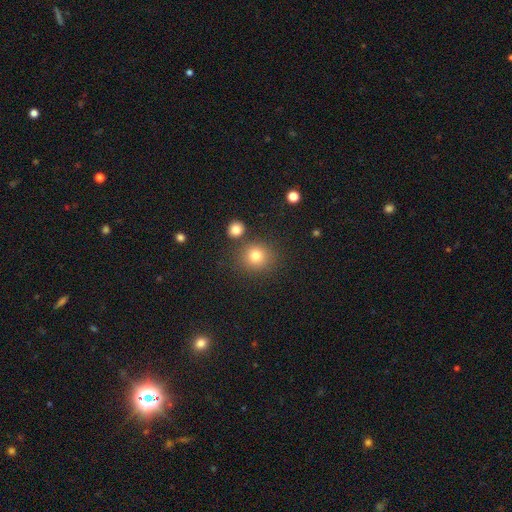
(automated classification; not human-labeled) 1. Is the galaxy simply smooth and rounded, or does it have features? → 79% smooth, 14% star or artifact, 7% featured or disk.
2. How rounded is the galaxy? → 87% round, 12% in between, 1% cigar-shaped.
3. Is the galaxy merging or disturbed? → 80% none, 9% minor disturbance, 7% merger, 3% major disturbance.